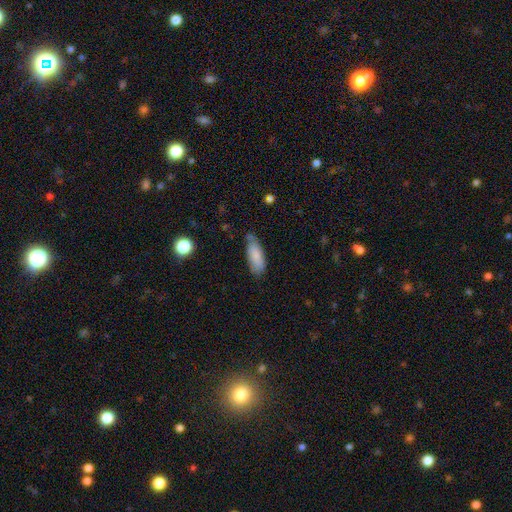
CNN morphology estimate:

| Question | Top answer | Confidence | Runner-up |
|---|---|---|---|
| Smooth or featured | smooth | 81% | featured or disk (13%) |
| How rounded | in between | 72% | cigar-shaped (26%) |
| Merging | none | 57% | minor disturbance (34%) |